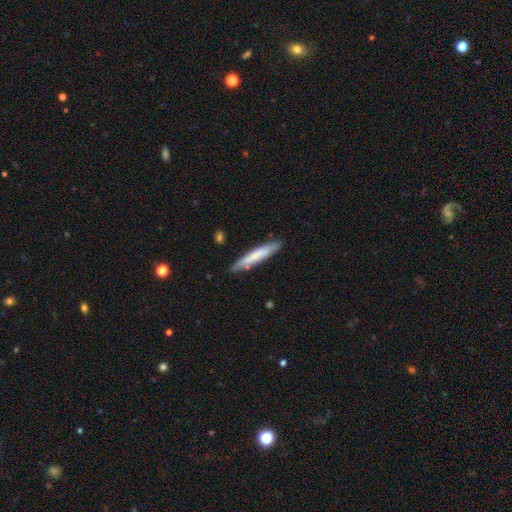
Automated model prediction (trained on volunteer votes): A smooth galaxy with no disk features (68%) that is cigar-shaped (92%).

Vote fractions:
- Smooth or featured? smooth: 68% / featured or disk: 27% / star or artifact: 5%
- How rounded? cigar-shaped: 92% / in between: 6% / round: 1%
- Merging? none: 85% / minor disturbance: 11% / merger: 2% / major disturbance: 2%